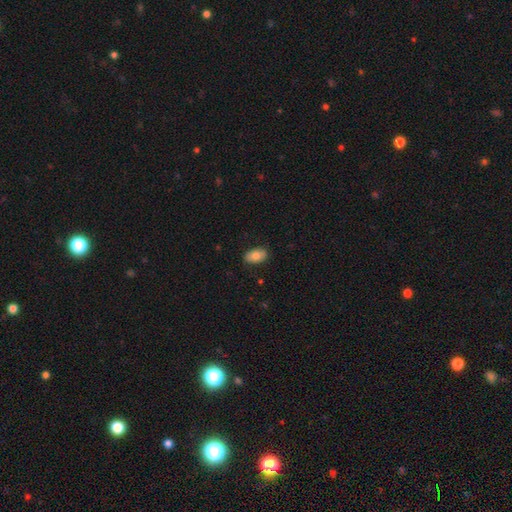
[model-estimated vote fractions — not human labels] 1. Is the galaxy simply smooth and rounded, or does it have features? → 78% smooth, 15% featured or disk, 7% star or artifact.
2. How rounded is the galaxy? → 91% in between, 7% round, 2% cigar-shaped.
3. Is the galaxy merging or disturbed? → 85% none, 12% minor disturbance, 2% major disturbance, 1% merger.